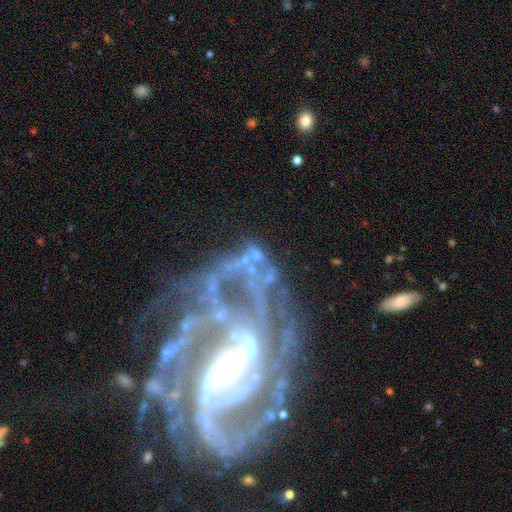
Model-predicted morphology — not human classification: A featured or disk galaxy (63%) with no bar (68%), no spiral arms (59%) and no central bulge (49%). Merging: none (35%).